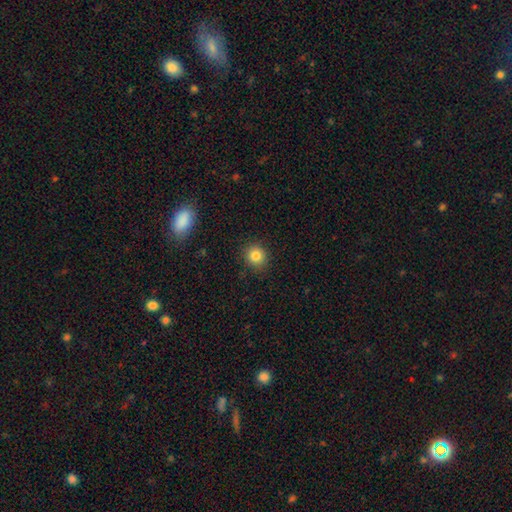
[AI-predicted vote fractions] Overall: smooth (83%). How rounded: round (86%). Merging: none (90%).